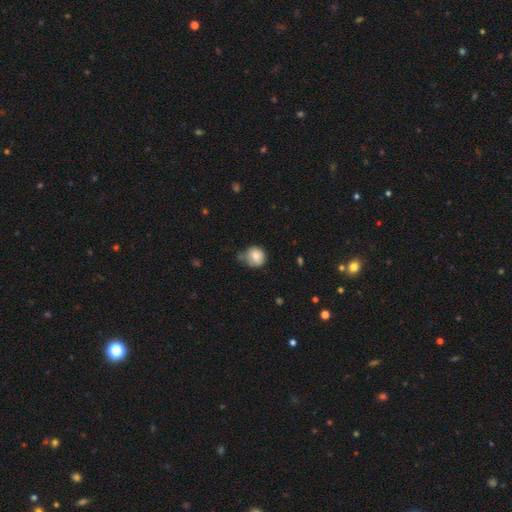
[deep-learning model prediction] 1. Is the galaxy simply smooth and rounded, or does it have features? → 77% smooth, 14% featured or disk, 9% star or artifact.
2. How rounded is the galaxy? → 85% round, 14% in between, 1% cigar-shaped.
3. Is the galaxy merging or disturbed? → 53% none, 33% minor disturbance, 8% major disturbance, 5% merger.